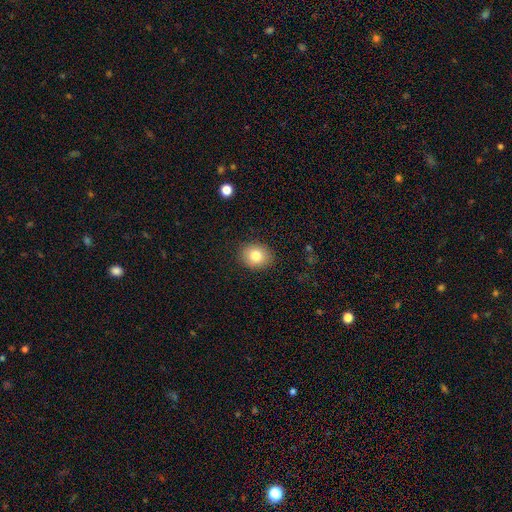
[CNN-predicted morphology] Smooth or featured: smooth — 82% (star or artifact — 9%)
How rounded: round — 57% (in between — 42%)
Merging: none — 89% (minor disturbance — 8%)